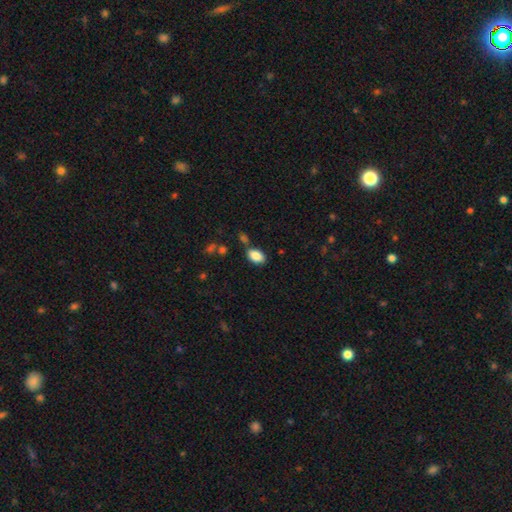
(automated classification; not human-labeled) This is clearly a smooth galaxy (87%). How rounded: clearly in between (92%). Merging: likely none (73%).